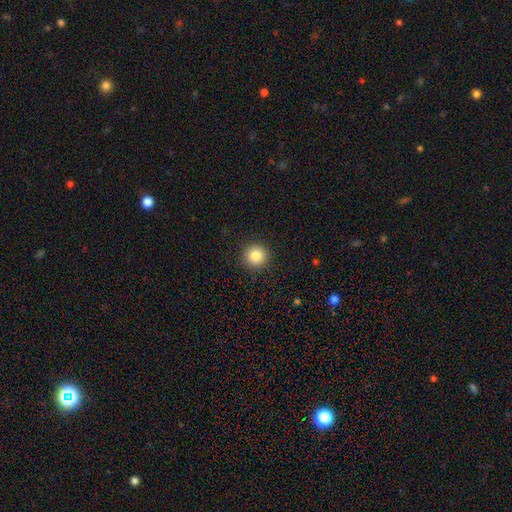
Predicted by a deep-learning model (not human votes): Smooth or featured: smooth — 85% (star or artifact — 10%)
How rounded: round — 95% (in between — 5%)
Merging: none — 92% (minor disturbance — 5%)